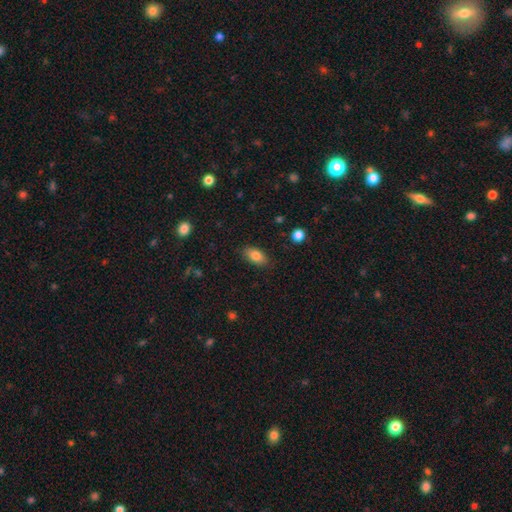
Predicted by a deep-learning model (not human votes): This is clearly a smooth galaxy (83%). How rounded: clearly in between (90%). Merging: clearly none (85%).